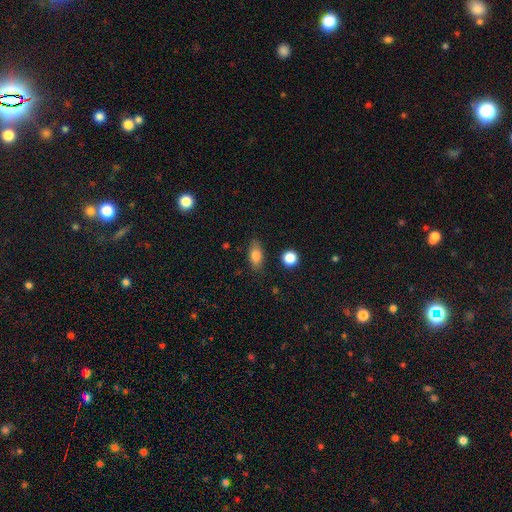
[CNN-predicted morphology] Smooth or featured?
  - smooth: 80% *
  - featured or disk: 12%
  - star or artifact: 8%
How rounded?
  - in between: 82% *
  - cigar-shaped: 11%
  - round: 8%
Merging?
  - none: 82% *
  - minor disturbance: 13%
  - major disturbance: 3%
  - merger: 2%